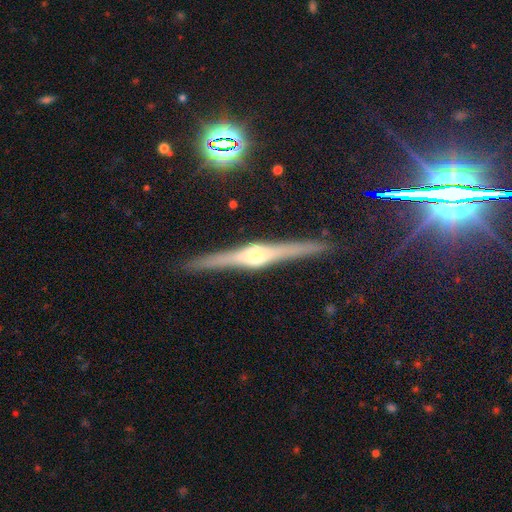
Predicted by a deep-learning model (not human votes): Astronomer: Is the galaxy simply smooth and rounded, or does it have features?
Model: featured or disk — 82%.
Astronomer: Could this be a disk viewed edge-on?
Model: yes — 98%.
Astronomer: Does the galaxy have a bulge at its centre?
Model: rounded — 82%.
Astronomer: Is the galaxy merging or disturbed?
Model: none — 90%.